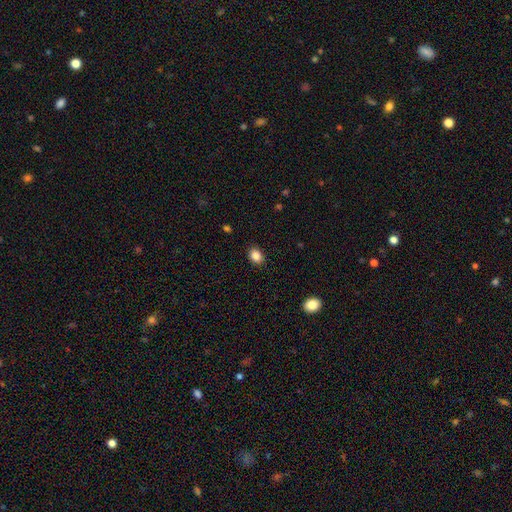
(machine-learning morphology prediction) Q: Smooth or featured?
A: smooth (87%); runner-up: star or artifact (9%)
Q: How rounded?
A: in between (58%); runner-up: round (41%)
Q: Merging?
A: none (89%); runner-up: minor disturbance (8%)